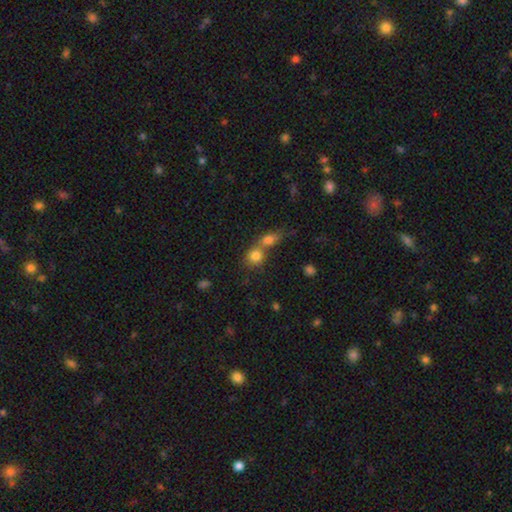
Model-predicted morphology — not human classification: smooth 80%, star or artifact 11%, featured or disk 9%. Down the decision tree: how rounded — round (76%); merging — merger (53%).